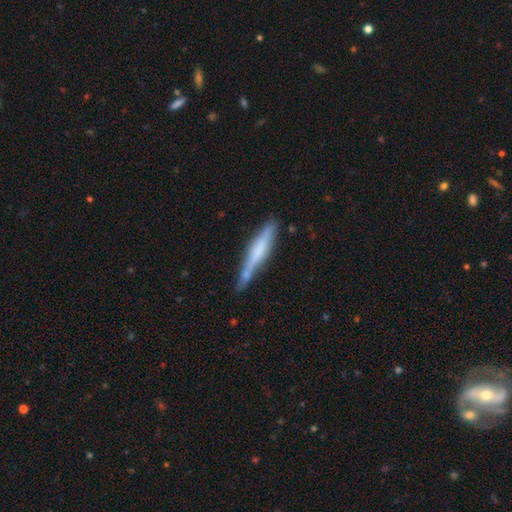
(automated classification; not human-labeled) This is possibly a featured or disk galaxy (47%). Merging: likely none (73%).